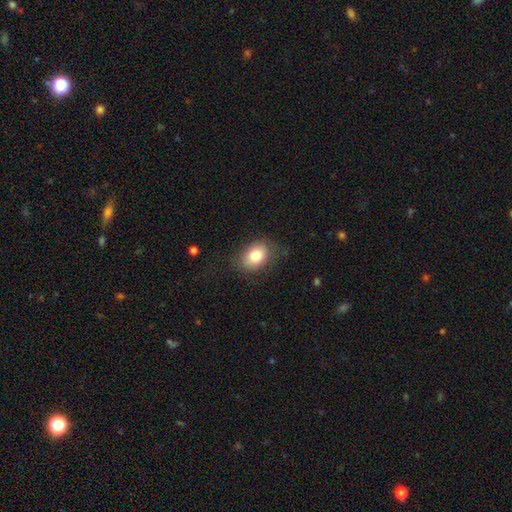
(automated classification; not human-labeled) A smooth galaxy with no disk features (80%) that is in between round and cigar-shaped (75%).

Vote fractions:
- Smooth or featured? smooth: 80% / featured or disk: 12% / star or artifact: 8%
- How rounded? in between: 75% / round: 24% / cigar-shaped: 1%
- Merging? none: 76% / minor disturbance: 17% / major disturbance: 6% / merger: 1%